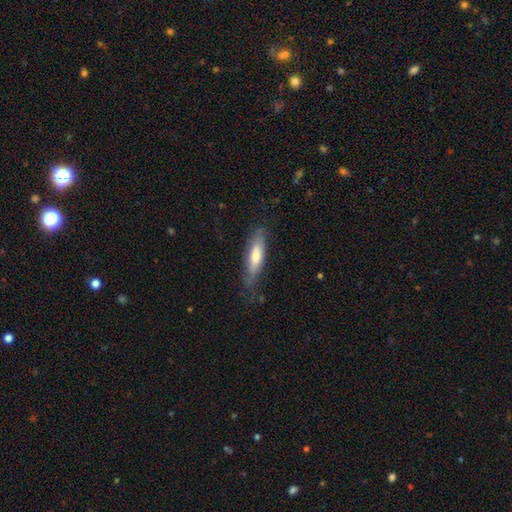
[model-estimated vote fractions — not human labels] Smooth or featured: smooth — 56% (featured or disk — 37%)
How rounded: cigar-shaped — 64% (in between — 34%)
Merging: none — 70% (minor disturbance — 22%)